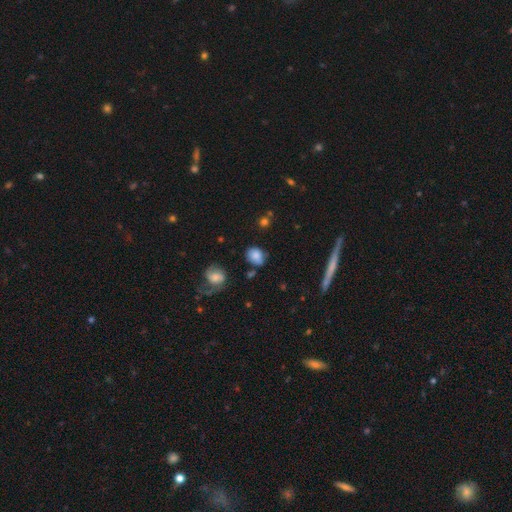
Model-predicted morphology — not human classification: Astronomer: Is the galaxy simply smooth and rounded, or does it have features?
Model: smooth — 77%.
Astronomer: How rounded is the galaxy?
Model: in between — 52% (runner-up: round, 46%).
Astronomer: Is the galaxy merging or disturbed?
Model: none — 59%.